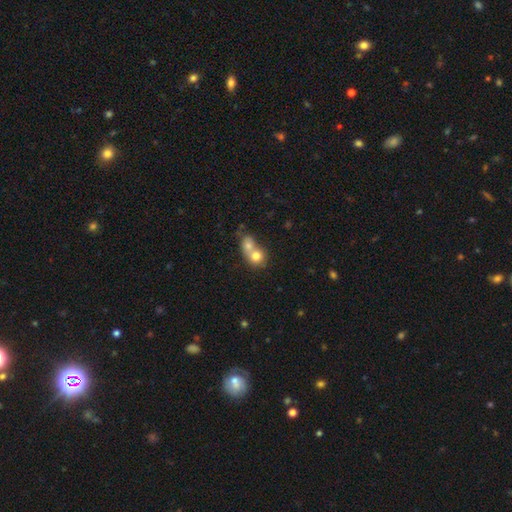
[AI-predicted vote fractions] smooth_or_featured: smooth (p=0.73) [alt: featured or disk p=0.18]
how_rounded: round (p=0.68) [alt: in between p=0.31]
merging: merger (p=0.74) [alt: none p=0.18]